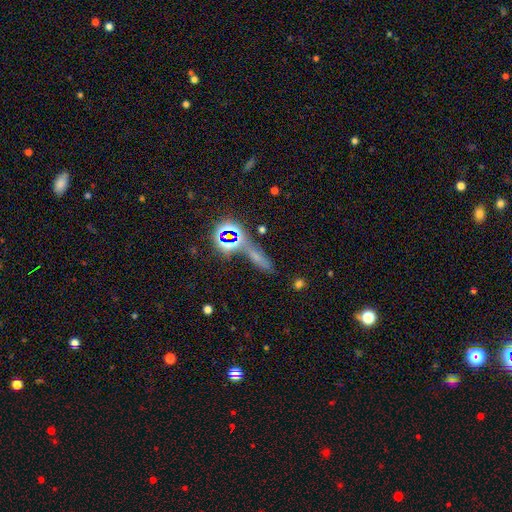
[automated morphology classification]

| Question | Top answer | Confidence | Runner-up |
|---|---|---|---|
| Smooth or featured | smooth | 43% | star or artifact (42%) |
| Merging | none | 67% | merger (13%) |